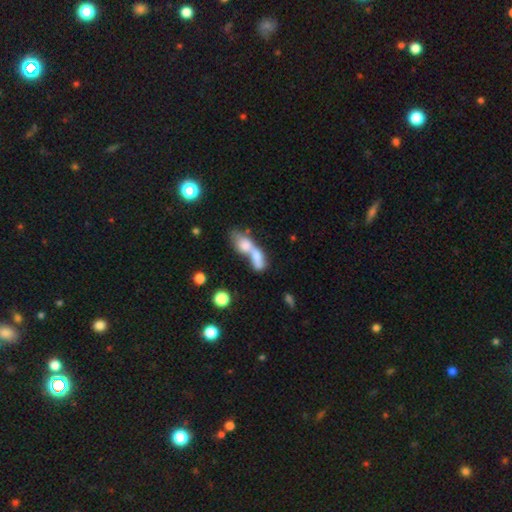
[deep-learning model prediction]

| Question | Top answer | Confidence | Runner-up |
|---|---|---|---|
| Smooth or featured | smooth | 66% | featured or disk (24%) |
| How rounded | in between | 65% | cigar-shaped (19%) |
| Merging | merger | 80% | none (10%) |